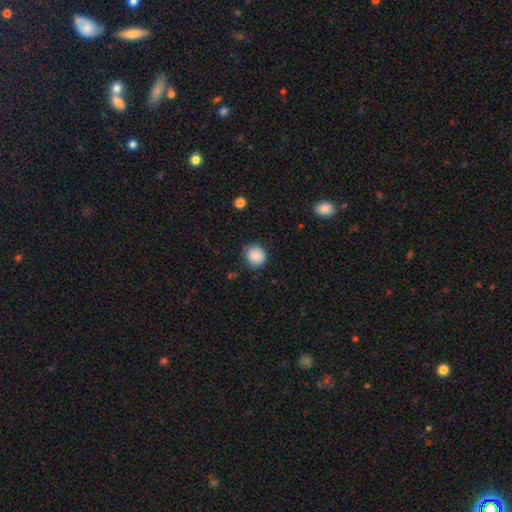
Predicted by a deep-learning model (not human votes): smooth_or_featured: smooth (p=0.88) [alt: star or artifact p=0.08]
how_rounded: round (p=0.84) [alt: in between p=0.15]
merging: none (p=0.83) [alt: minor disturbance p=0.13]